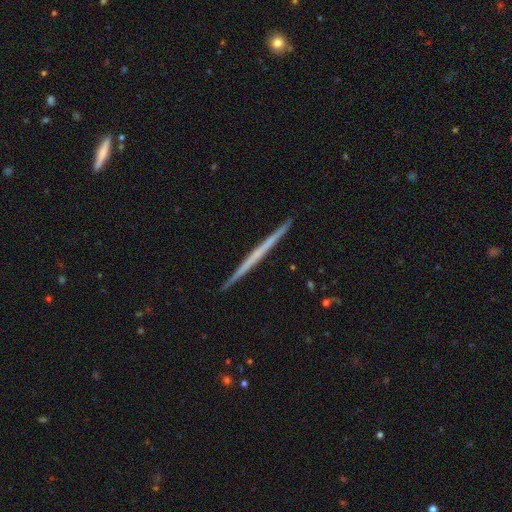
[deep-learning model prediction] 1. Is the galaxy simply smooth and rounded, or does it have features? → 60% featured or disk, 35% smooth, 5% star or artifact.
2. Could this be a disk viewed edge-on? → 98% yes, 2% no.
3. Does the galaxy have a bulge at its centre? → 92% none, 6% rounded, 3% boxy.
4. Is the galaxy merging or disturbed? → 93% none, 5% minor disturbance, 1% major disturbance, 1% merger.